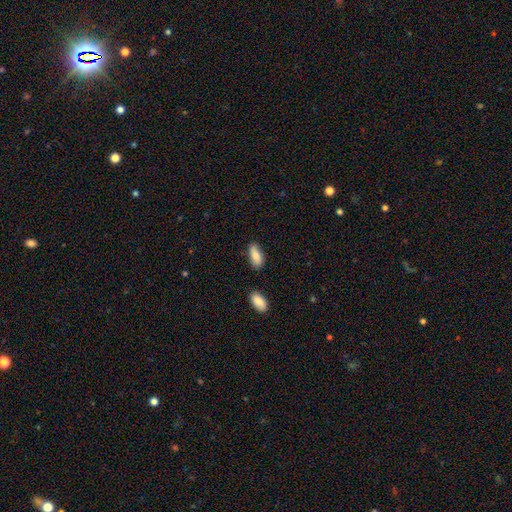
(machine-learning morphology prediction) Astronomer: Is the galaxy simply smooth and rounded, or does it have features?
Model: smooth — 85%.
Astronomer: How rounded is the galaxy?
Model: in between — 83%.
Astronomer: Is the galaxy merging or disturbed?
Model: none — 75%.